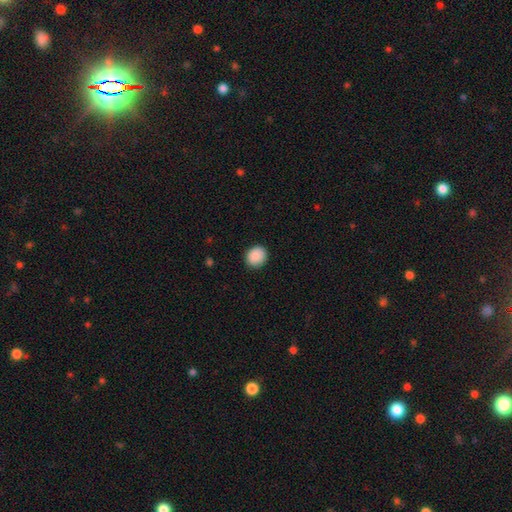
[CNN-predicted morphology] A smooth galaxy with no disk features (90%) that is round (75%). Merging: none (90%).